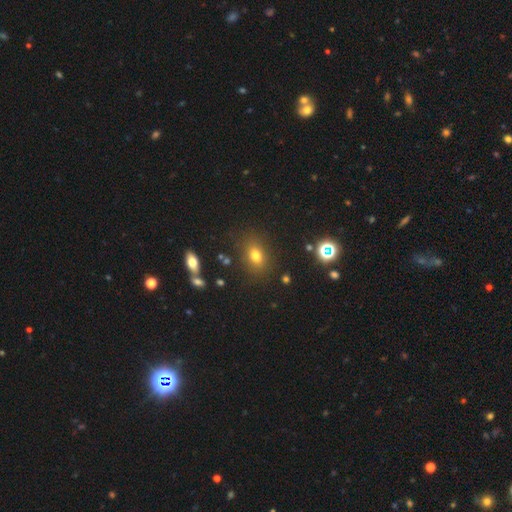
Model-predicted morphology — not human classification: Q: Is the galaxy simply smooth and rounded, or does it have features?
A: smooth — 73%.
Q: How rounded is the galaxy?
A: in between — 69%.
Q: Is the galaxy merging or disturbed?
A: none — 80%.